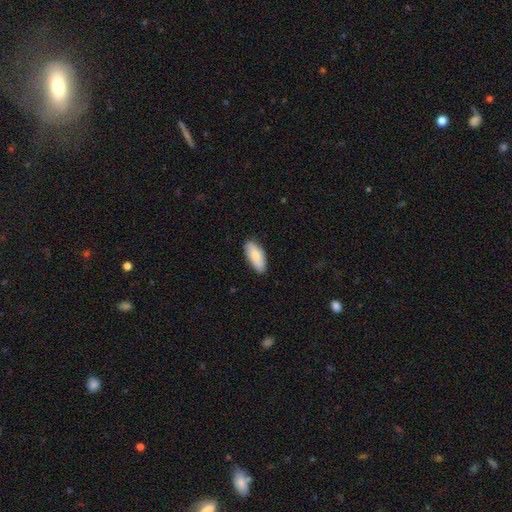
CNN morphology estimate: smooth_or_featured: smooth (p=0.76) [alt: featured or disk p=0.18]
how_rounded: in between (p=0.87) [alt: cigar-shaped p=0.11]
merging: none (p=0.85) [alt: minor disturbance p=0.12]